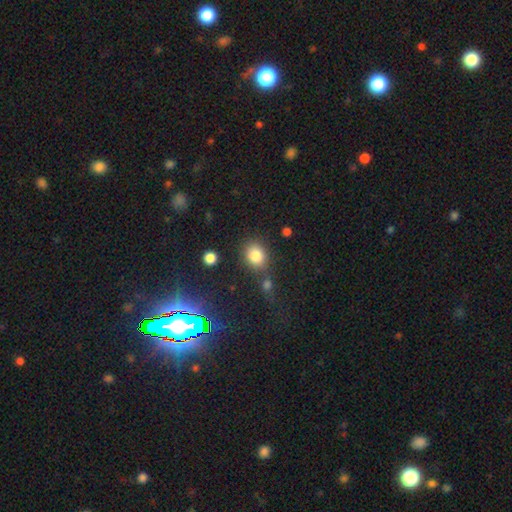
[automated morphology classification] smooth_or_featured: smooth (p=0.81) [alt: star or artifact p=0.12]
how_rounded: round (p=0.62) [alt: in between p=0.37]
merging: none (p=0.72) [alt: minor disturbance p=0.12]